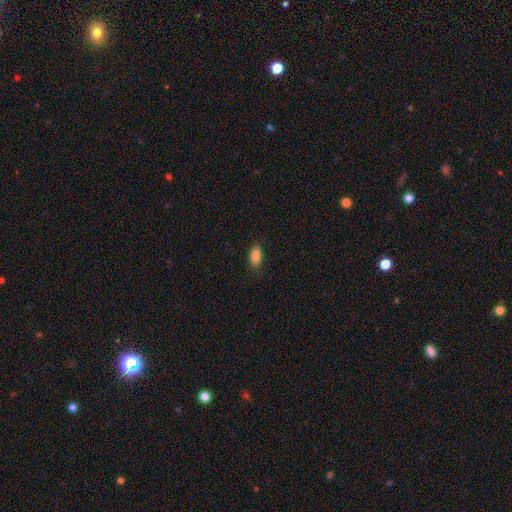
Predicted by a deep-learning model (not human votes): A smooth galaxy with no disk features (86%) that is in between round and cigar-shaped (90%).

Vote fractions:
- Smooth or featured? smooth: 86% / star or artifact: 8% / featured or disk: 6%
- How rounded? in between: 90% / cigar-shaped: 5% / round: 4%
- Merging? none: 85% / minor disturbance: 12% / major disturbance: 2% / merger: 1%